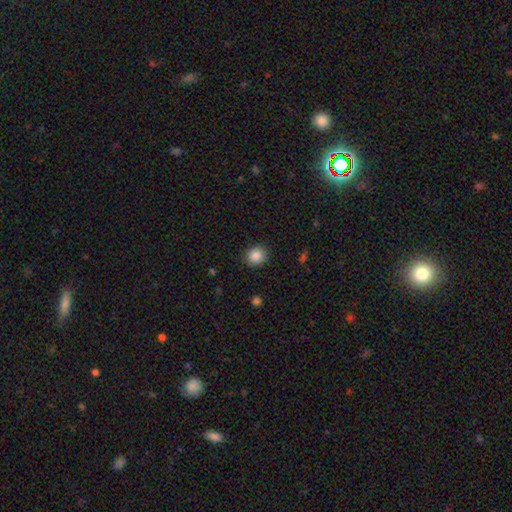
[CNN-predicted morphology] Smooth or featured: smooth — 87% (star or artifact — 9%)
How rounded: round — 82% (in between — 17%)
Merging: none — 89% (minor disturbance — 7%)